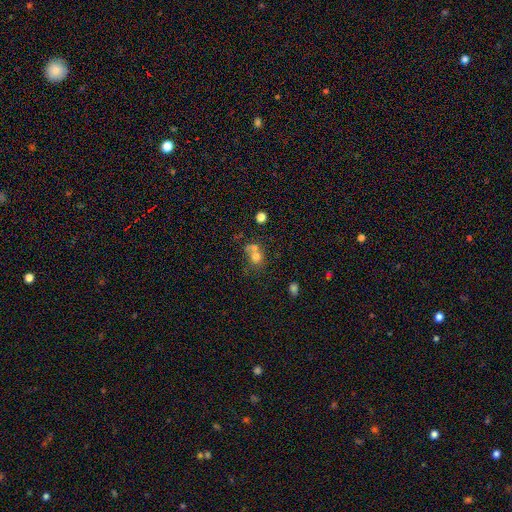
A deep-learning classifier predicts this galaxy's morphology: This is likely a smooth galaxy (67%). How rounded: likely round (75%). Merging: possibly merger (51%).